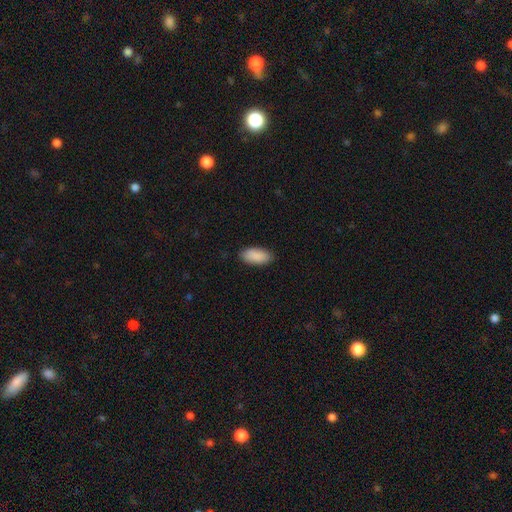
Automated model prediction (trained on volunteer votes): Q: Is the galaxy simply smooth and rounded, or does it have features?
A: smooth — 91%.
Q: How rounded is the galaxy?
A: in between — 91%.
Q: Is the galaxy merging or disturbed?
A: none — 87%.